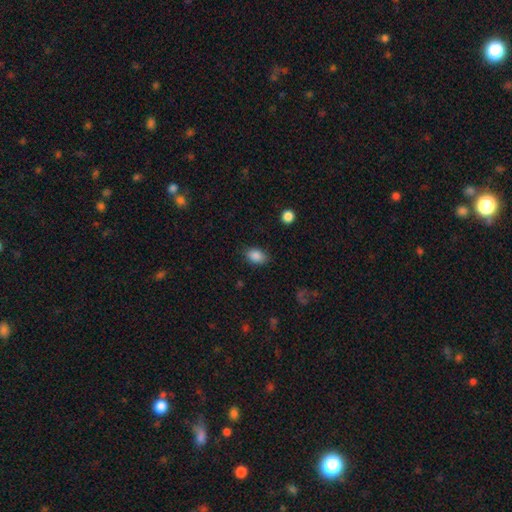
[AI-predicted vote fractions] smooth-or-featured: smooth: 87% | star or artifact: 9% | featured or disk: 4%
  how-rounded: in between: 83% | round: 15% | cigar-shaped: 1%
  merging: none: 82% | minor disturbance: 13% | major disturbance: 3% | merger: 1%